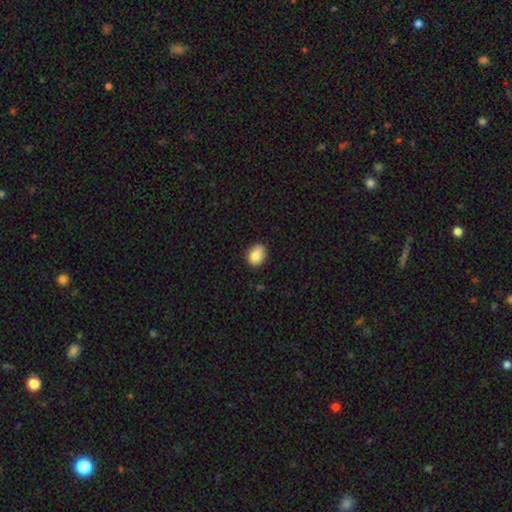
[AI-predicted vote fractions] Smooth or featured: smooth — 86% (star or artifact — 8%)
How rounded: in between — 65% (round — 34%)
Merging: none — 80% (minor disturbance — 17%)